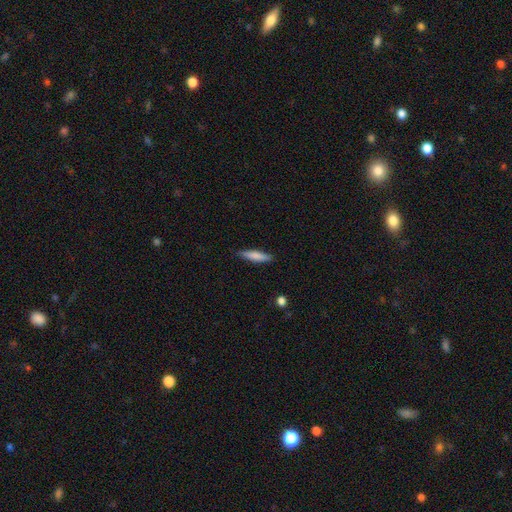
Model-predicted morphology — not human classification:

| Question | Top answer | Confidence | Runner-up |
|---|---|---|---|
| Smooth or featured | smooth | 76% | featured or disk (18%) |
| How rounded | cigar-shaped | 81% | in between (18%) |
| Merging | none | 85% | minor disturbance (11%) |